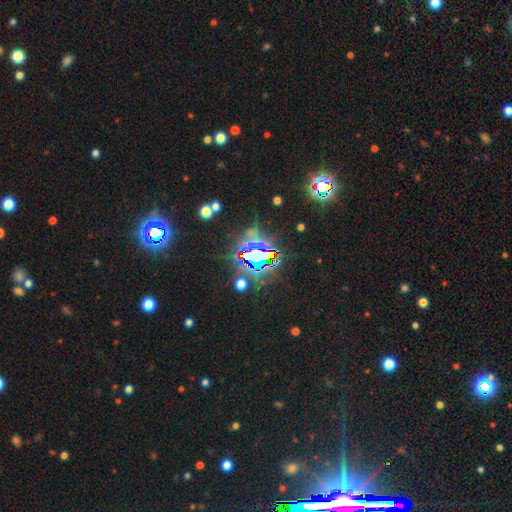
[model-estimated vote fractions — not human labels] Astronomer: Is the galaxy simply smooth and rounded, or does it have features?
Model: star or artifact — 81%.